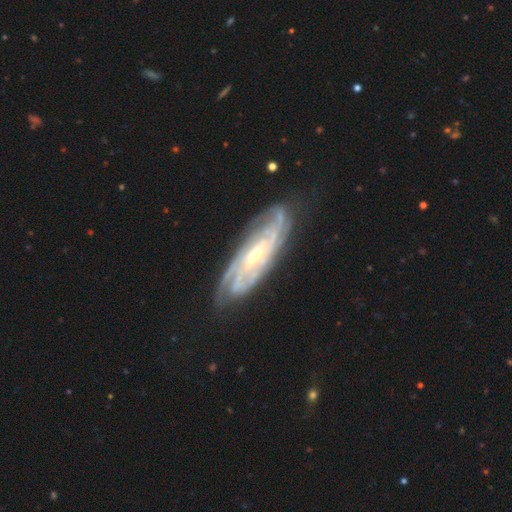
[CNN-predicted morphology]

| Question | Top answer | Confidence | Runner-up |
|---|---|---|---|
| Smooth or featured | featured or disk | 88% | smooth (6%) |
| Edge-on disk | no | 87% | yes (13%) |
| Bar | no | 50% | weak (33%) |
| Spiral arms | yes | 97% | no (3%) |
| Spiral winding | tight | 74% | medium (22%) |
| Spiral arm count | can't tell | 32% | 3 (19%) |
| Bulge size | small | 54% | moderate (42%) |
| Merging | none | 79% | minor disturbance (15%) |